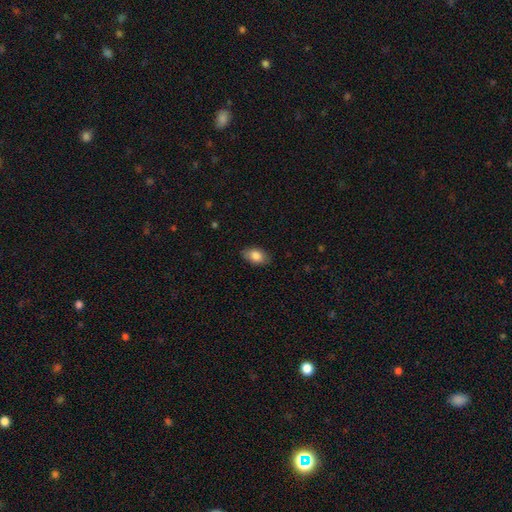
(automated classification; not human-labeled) A smooth galaxy with no disk features (84%) that is in between round and cigar-shaped (91%).

Vote fractions:
- Smooth or featured? smooth: 84% / featured or disk: 9% / star or artifact: 7%
- How rounded? in between: 91% / round: 7% / cigar-shaped: 2%
- Merging? none: 84% / minor disturbance: 12% / major disturbance: 3% / merger: 1%